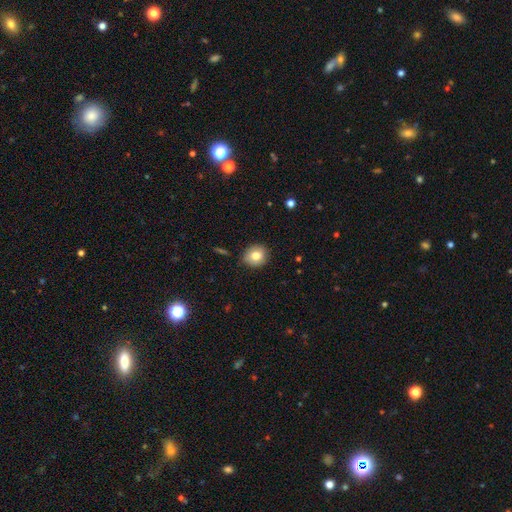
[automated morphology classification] Smooth or featured? smooth (79%)
How rounded? round (82%)
Merging? none (87%)